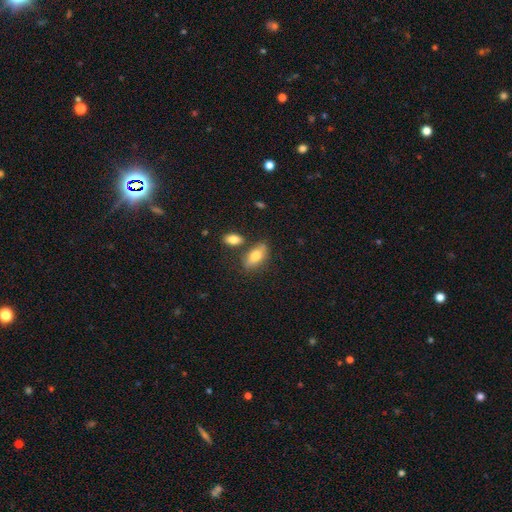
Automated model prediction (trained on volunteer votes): Morphology: type=smooth (77%); roundness=in between (87%); merging=none (71%).